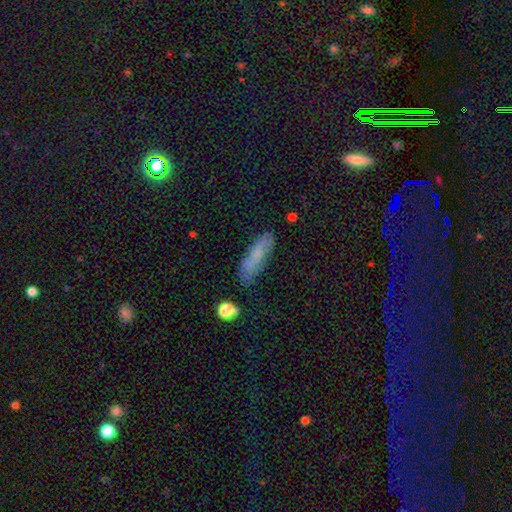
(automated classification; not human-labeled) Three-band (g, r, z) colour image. It shows a smooth galaxy with no disk features (64%) that is cigar-shaped (66%). Merging: none (72%).